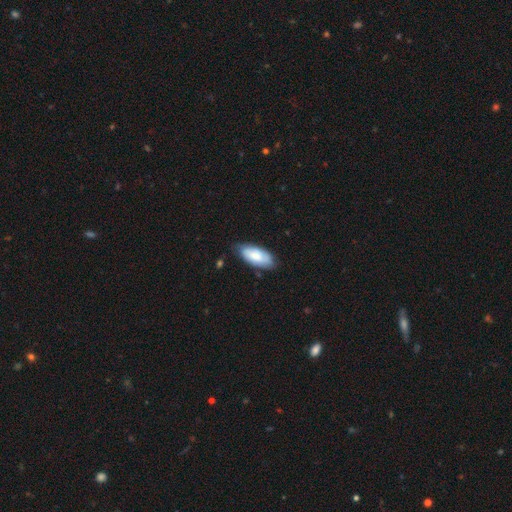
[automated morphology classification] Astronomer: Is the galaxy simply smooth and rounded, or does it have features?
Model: smooth — 74%.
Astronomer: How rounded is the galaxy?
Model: in between — 89%.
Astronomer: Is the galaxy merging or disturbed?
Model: none — 71%.